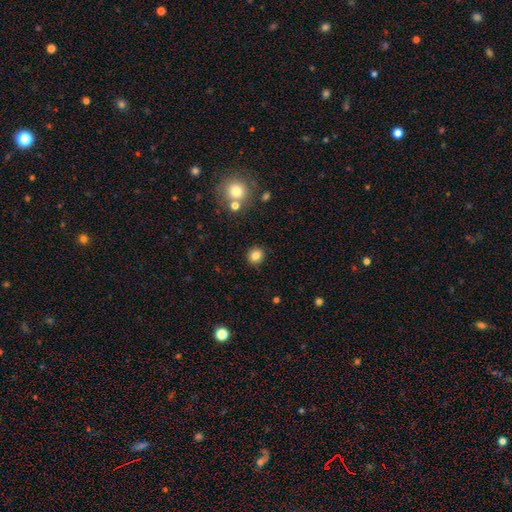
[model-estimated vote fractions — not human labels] A smooth galaxy with no disk features (83%) that is round (89%). Merging: none (90%).